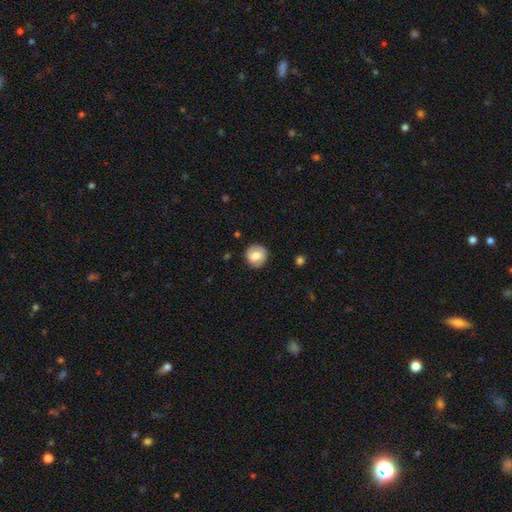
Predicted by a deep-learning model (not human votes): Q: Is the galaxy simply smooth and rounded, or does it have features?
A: smooth — 58%.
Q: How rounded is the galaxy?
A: round — 89%.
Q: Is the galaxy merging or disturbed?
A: none — 84%.